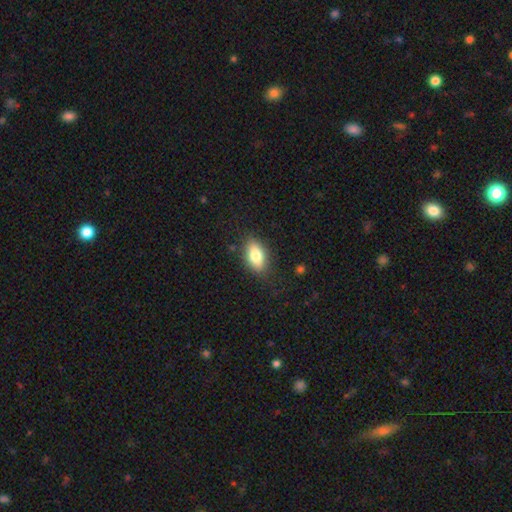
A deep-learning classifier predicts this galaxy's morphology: Smooth or featured?
  - smooth: 77% *
  - featured or disk: 15%
  - star or artifact: 7%
How rounded?
  - in between: 87% *
  - round: 7%
  - cigar-shaped: 6%
Merging?
  - none: 82% *
  - minor disturbance: 13%
  - major disturbance: 4%
  - merger: 1%